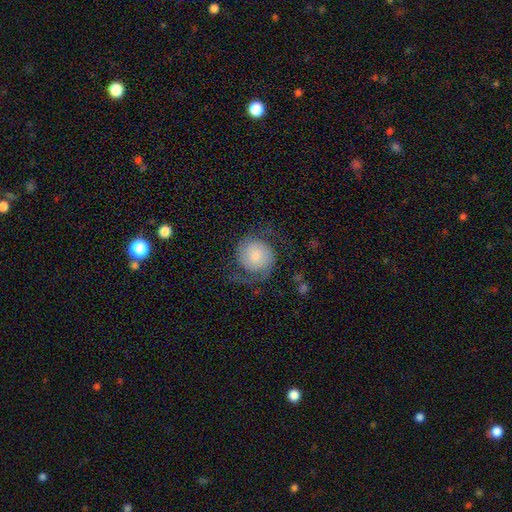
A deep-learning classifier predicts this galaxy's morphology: A featured or disk galaxy (71%) with no bar (69%), 2 (89%) medium (41%) spiral arms (95%) and a small central bulge (51%).

Vote fractions:
- Smooth or featured? featured or disk: 71% / smooth: 22% / star or artifact: 7%
- Edge-on disk? no: 98% / yes: 2%
- Bar? no: 69% / weak: 25% / strong: 5%
- Spiral arms? yes: 95% / no: 5%
- Spiral winding? medium: 41% / loose: 37% / tight: 22%
- Spiral arm count? 2: 89% / can't tell: 4% / 1: 3% / 3: 2% / 4: 1% / more than 4: 1%
- Bulge size? small: 51% / moderate: 30% / large: 9% / none: 6% / dominant: 4%
- Merging? none: 68% / major disturbance: 16% / minor disturbance: 15% / merger: 1%